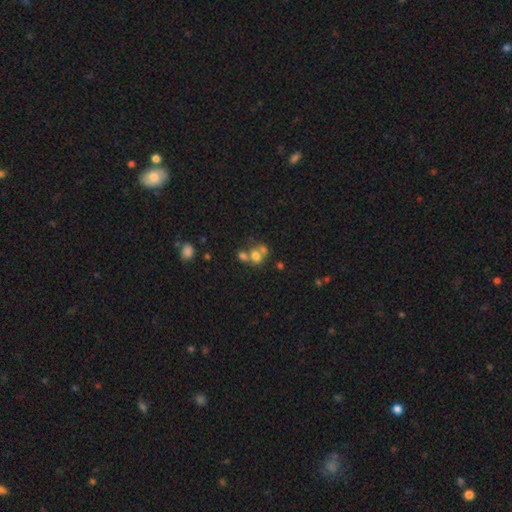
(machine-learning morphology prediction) smooth-or-featured: smooth: 67% | featured or disk: 19% | star or artifact: 14%
  how-rounded: round: 67% | in between: 32% | cigar-shaped: 1%
  merging: merger: 53% | none: 34% | minor disturbance: 8% | major disturbance: 5%